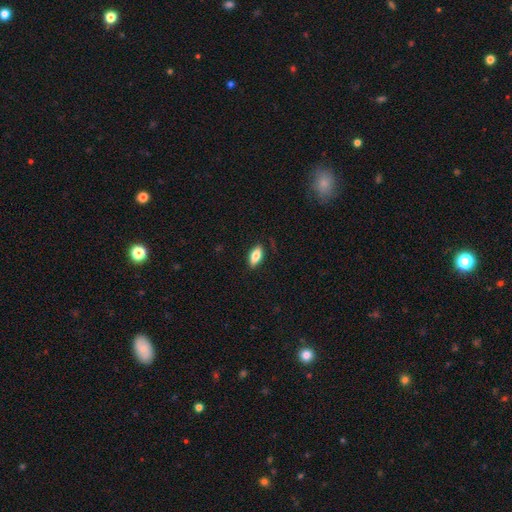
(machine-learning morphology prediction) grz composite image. It shows a smooth galaxy with no disk features (78%) that is in between round and cigar-shaped (84%). Merging: none (84%).